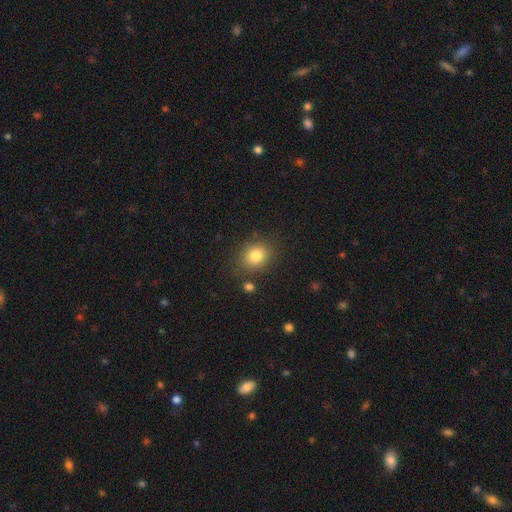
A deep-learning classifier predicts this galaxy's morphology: This is clearly a smooth galaxy (82%). How rounded: likely round (61%). Merging: clearly none (81%).